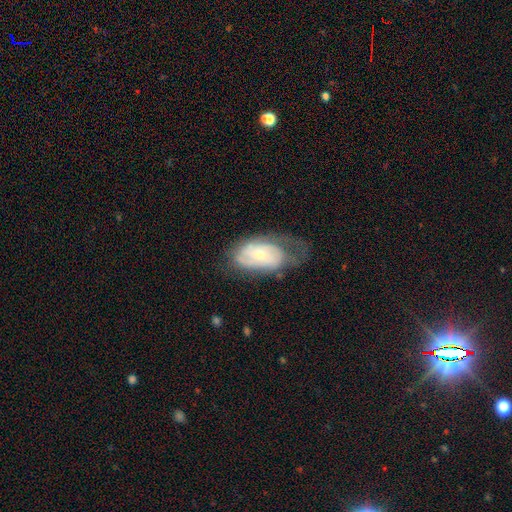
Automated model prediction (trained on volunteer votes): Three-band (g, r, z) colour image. It shows a featured or disk galaxy (59%) with no bar (71%), spiral arms (65%) and a small central bulge (59%). Merging: none (43%).